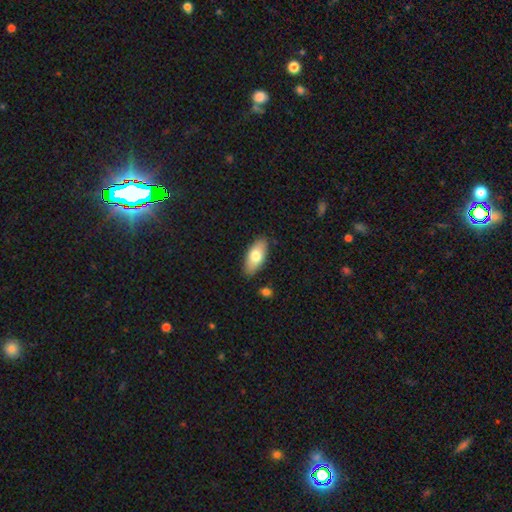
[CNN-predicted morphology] This is likely a smooth galaxy (72%). How rounded: clearly in between (86%). Merging: clearly none (85%).